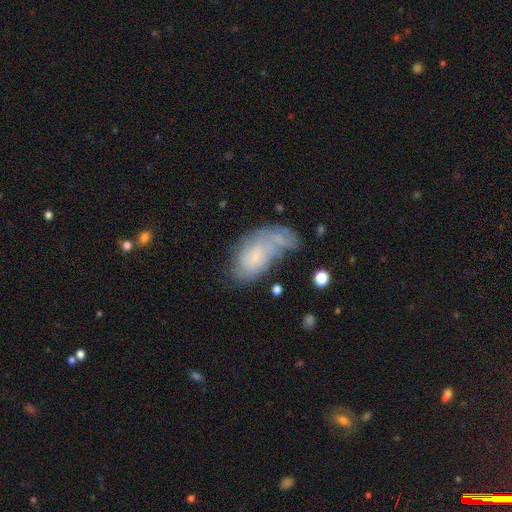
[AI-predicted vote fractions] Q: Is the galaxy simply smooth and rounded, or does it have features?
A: smooth — 49%.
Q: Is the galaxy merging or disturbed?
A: none — 32%.